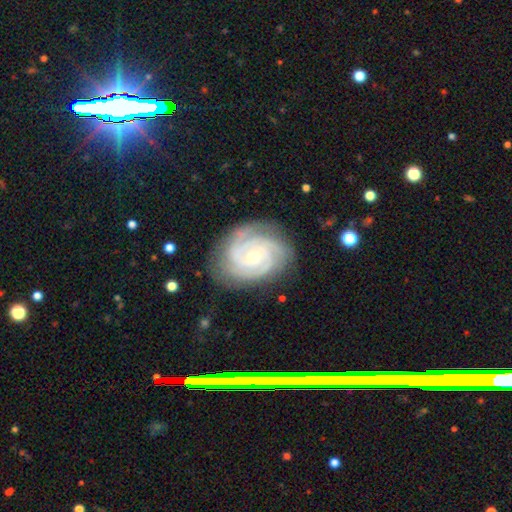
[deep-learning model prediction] This is clearly a featured or disk galaxy (87%). It is clearly not viewed edge-on (97%). Bar: likely no (74%). Spiral arm pattern: clearly yes (98%). Spiral arm count: marginally 3 (39%). Spiral winding: likely tight (77%). Central bulge: possibly small (60%). Merging: clearly none (80%).